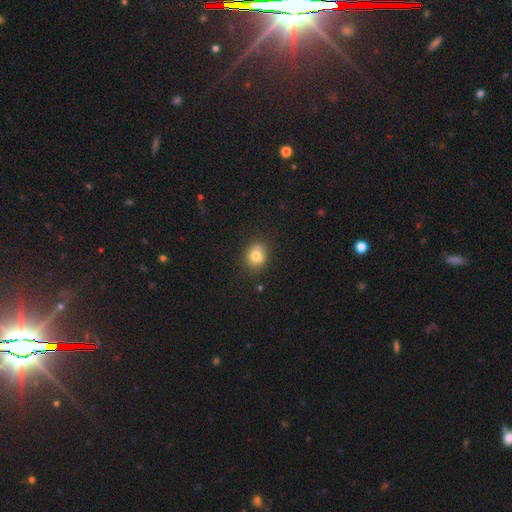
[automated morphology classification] This appears to be a smooth galaxy with no disk features (76%) that is round (73%). Merging: none (67%).